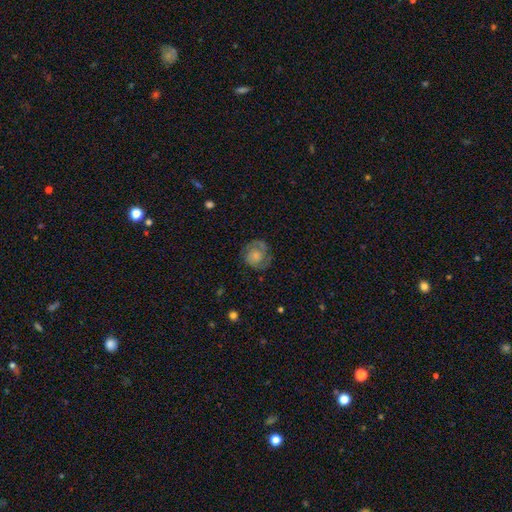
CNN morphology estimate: Smooth or featured: featured or disk — 53% (smooth — 39%)
Edge-on disk: no — 98% (yes — 2%)
Bar: no — 76% (weak — 20%)
Spiral arms: yes — 81% (no — 19%)
Bulge size: small — 39% (none — 25%)
Merging: none — 70% (minor disturbance — 18%)